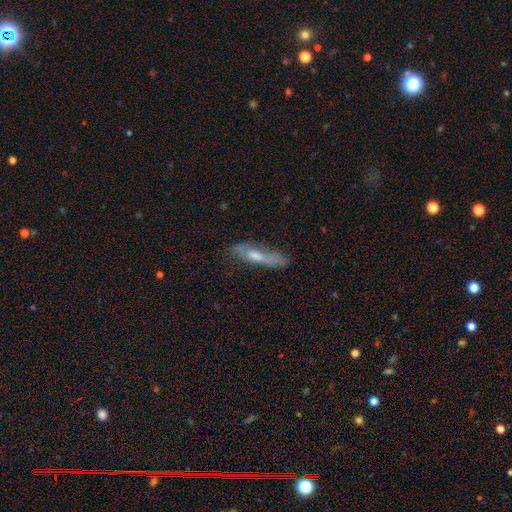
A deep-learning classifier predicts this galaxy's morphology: smooth_or_featured: smooth (p=0.48) [alt: featured or disk p=0.44]
merging: none (p=0.60) [alt: minor disturbance p=0.26]